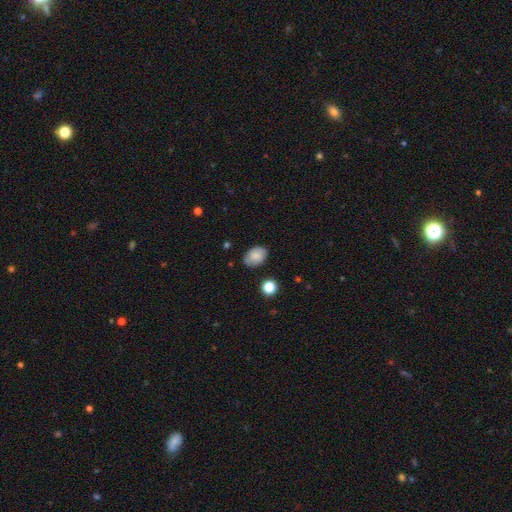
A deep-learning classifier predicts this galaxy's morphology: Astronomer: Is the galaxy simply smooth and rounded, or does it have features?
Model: smooth — 81%.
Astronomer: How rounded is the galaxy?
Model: in between — 80%.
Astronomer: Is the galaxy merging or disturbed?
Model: none — 78%.